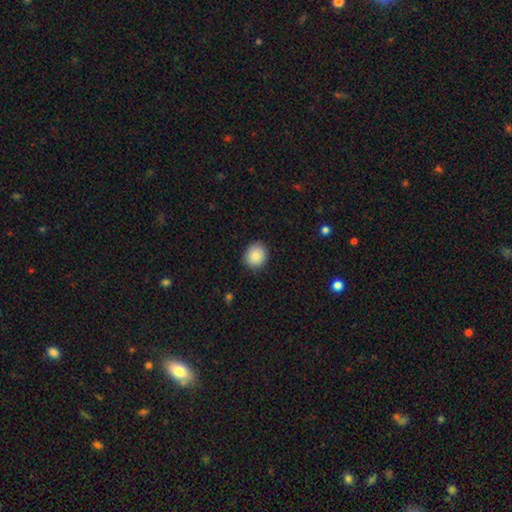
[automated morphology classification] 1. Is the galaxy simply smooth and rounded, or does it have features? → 86% smooth, 8% star or artifact, 6% featured or disk.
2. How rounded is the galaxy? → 83% round, 17% in between, 1% cigar-shaped.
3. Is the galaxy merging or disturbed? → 88% none, 9% minor disturbance, 2% major disturbance, 1% merger.